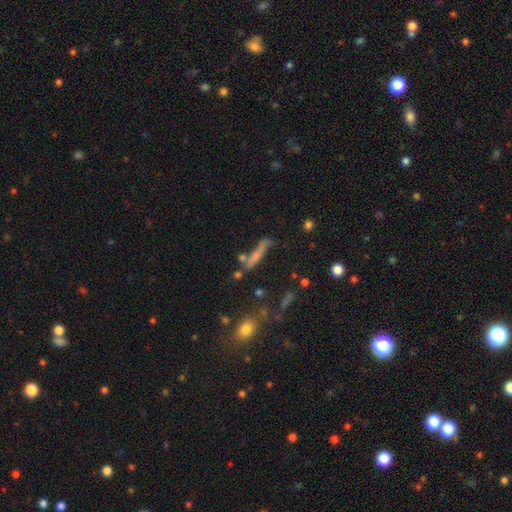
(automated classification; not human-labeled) Q: Smooth or featured?
A: smooth (55%); runner-up: featured or disk (33%)
Q: How rounded?
A: cigar-shaped (85%); runner-up: in between (11%)
Q: Merging?
A: none (54%); runner-up: minor disturbance (21%)